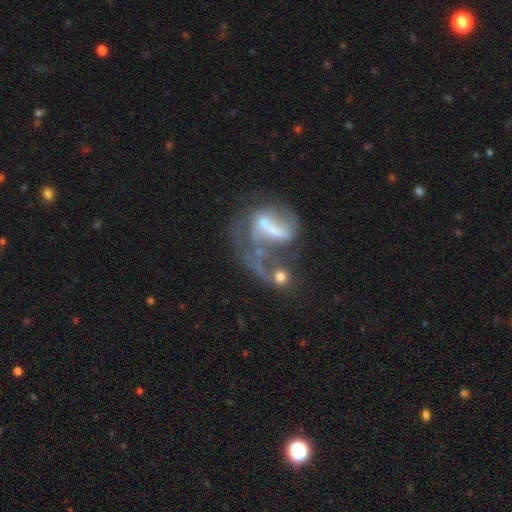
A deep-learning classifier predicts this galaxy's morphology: Q: Smooth or featured?
A: featured or disk (70%); runner-up: smooth (18%)
Q: Edge-on disk?
A: no (96%); runner-up: yes (4%)
Q: Bar?
A: weak (36%); runner-up: strong (35%)
Q: Spiral arms?
A: yes (68%); runner-up: no (32%)
Q: Bulge size?
A: none (34%); runner-up: small (28%)
Q: Merging?
A: major disturbance (37%); runner-up: merger (32%)